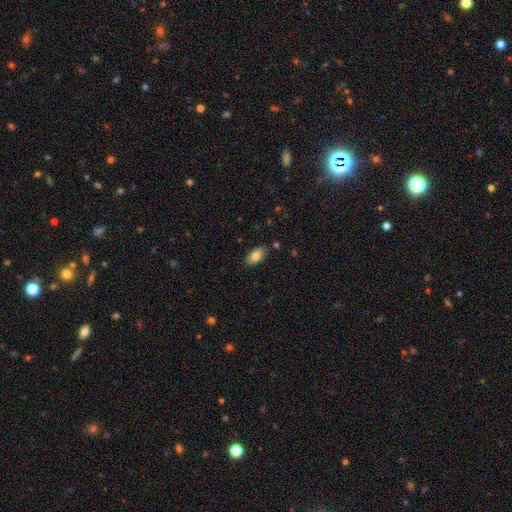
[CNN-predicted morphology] Smooth or featured?
  - smooth: 82% *
  - featured or disk: 10%
  - star or artifact: 7%
How rounded?
  - in between: 93% *
  - cigar-shaped: 3%
  - round: 3%
Merging?
  - none: 84% *
  - minor disturbance: 11%
  - major disturbance: 2%
  - merger: 2%